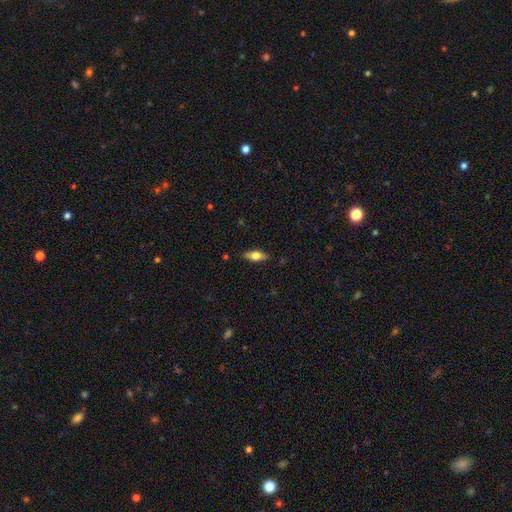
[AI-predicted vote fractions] Smooth or featured: smooth — 54% (featured or disk — 39%)
How rounded: in between — 69% (cigar-shaped — 27%)
Merging: none — 84% (minor disturbance — 12%)